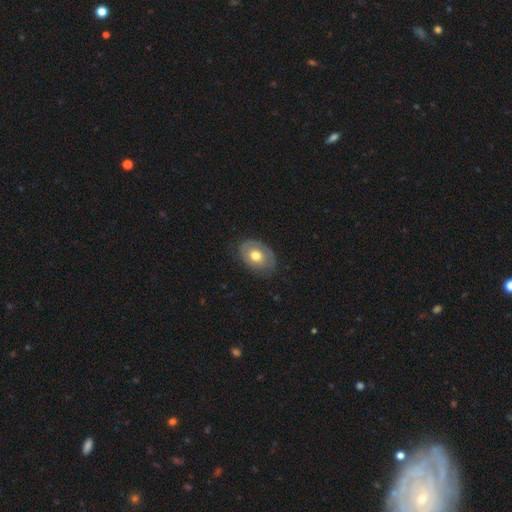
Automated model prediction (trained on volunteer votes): Morphology: type=smooth (54%); roundness=in between (76%); merging=none (72%).